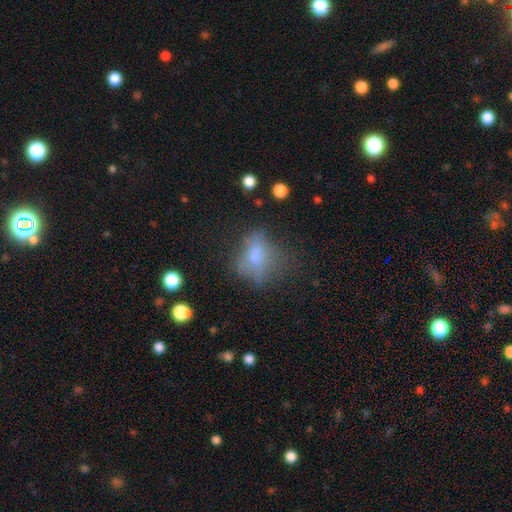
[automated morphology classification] This is likely a smooth galaxy (62%). How rounded: likely in between (64%). Merging: marginally none (40%).